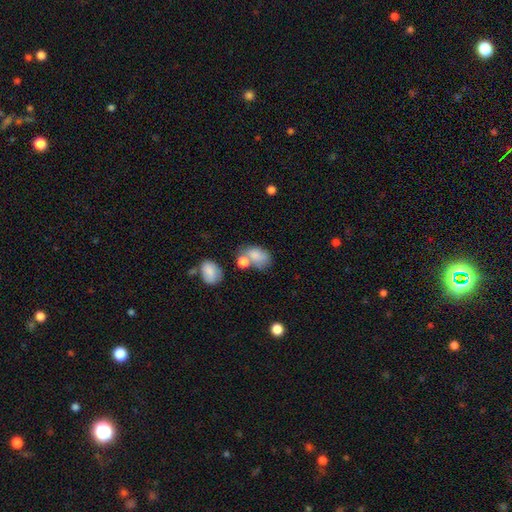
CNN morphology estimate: A smooth galaxy with no disk features (77%) that is in between round and cigar-shaped (81%).

Vote fractions:
- Smooth or featured? smooth: 77% / featured or disk: 14% / star or artifact: 10%
- How rounded? in between: 81% / round: 17% / cigar-shaped: 2%
- Merging? none: 35% / merger: 34% / minor disturbance: 19% / major disturbance: 12%